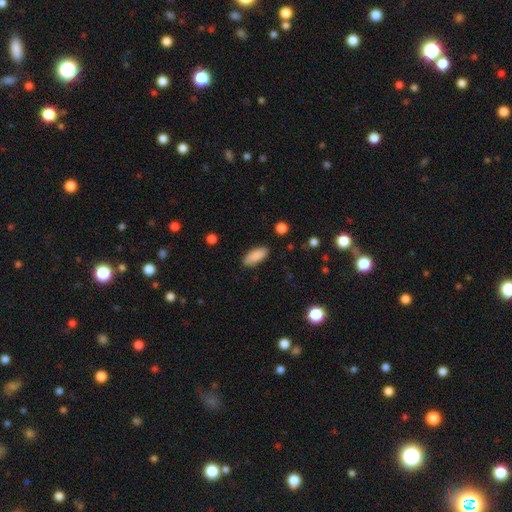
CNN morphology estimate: Smooth or featured: smooth — 88% (star or artifact — 7%)
How rounded: in between — 80% (cigar-shaped — 18%)
Merging: none — 86% (minor disturbance — 11%)